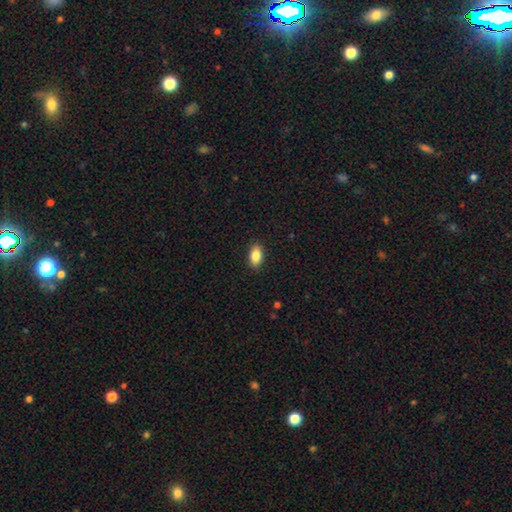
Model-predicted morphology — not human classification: This is clearly a smooth galaxy (86%). How rounded: clearly in between (91%). Merging: clearly none (89%).